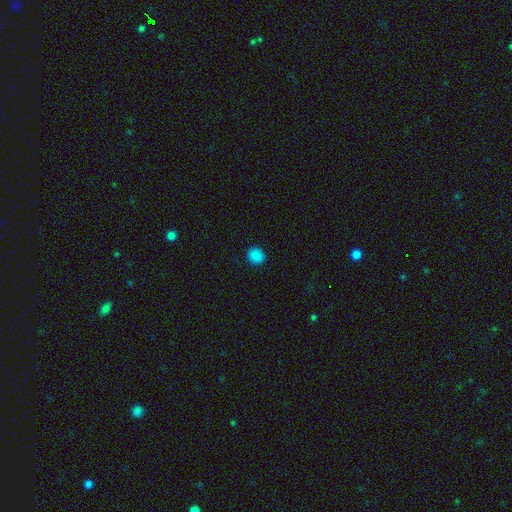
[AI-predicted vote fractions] Morphology: type=smooth (86%); roundness=round (85%); merging=none (90%).